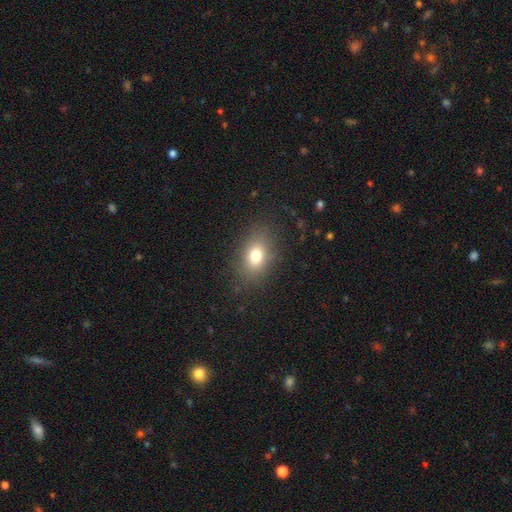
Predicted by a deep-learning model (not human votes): Smooth or featured?
  - smooth: 76% *
  - star or artifact: 12%
  - featured or disk: 12%
How rounded?
  - in between: 75% *
  - round: 23%
  - cigar-shaped: 2%
Merging?
  - none: 84% *
  - minor disturbance: 11%
  - major disturbance: 5%
  - merger: 1%